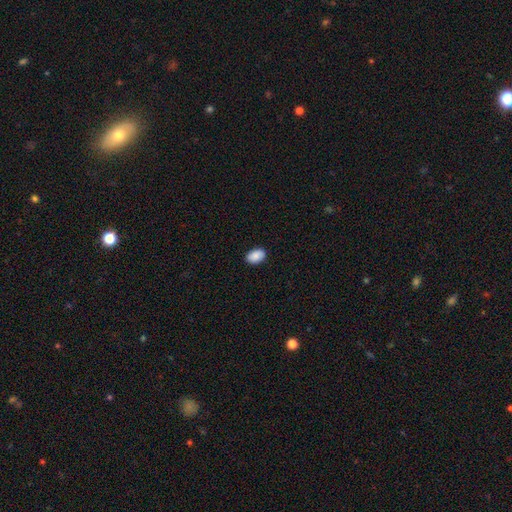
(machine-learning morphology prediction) The model was most divided on "how rounded": in between: 87%, round: 12%, cigar-shaped: 1%. More confident: smooth or featured — smooth (89%); merging — none (89%).